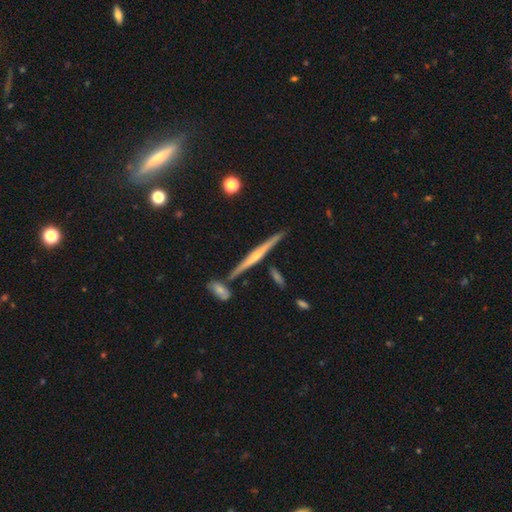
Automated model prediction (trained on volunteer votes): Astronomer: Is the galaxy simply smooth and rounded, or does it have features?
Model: featured or disk — 76%.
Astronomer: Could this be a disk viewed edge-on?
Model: yes — 97%.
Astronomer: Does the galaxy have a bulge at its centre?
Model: rounded — 65%.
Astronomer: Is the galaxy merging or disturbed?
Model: none — 79%.